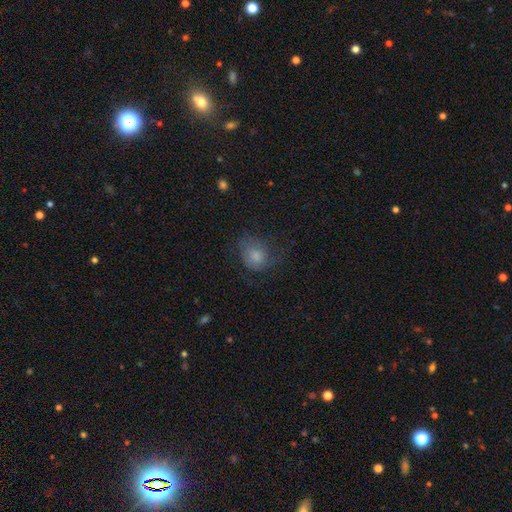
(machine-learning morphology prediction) Smooth or featured?
  - smooth: 63% *
  - featured or disk: 26%
  - star or artifact: 11%
How rounded?
  - round: 67% *
  - in between: 32%
  - cigar-shaped: 1%
Merging?
  - none: 52% *
  - minor disturbance: 25%
  - major disturbance: 22%
  - merger: 1%